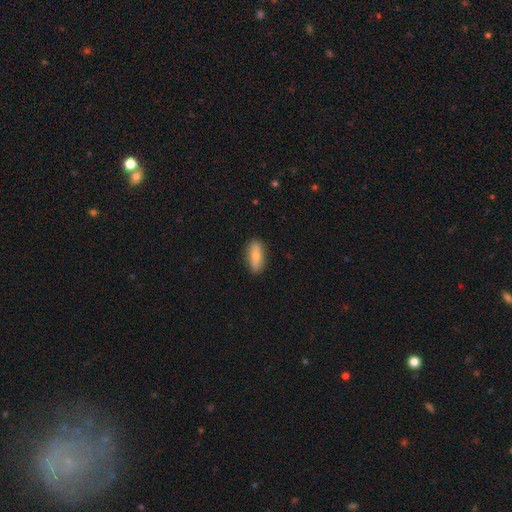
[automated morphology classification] Q: Smooth or featured?
A: smooth (73%); runner-up: featured or disk (21%)
Q: How rounded?
A: in between (77%); runner-up: cigar-shaped (19%)
Q: Merging?
A: none (86%); runner-up: minor disturbance (11%)